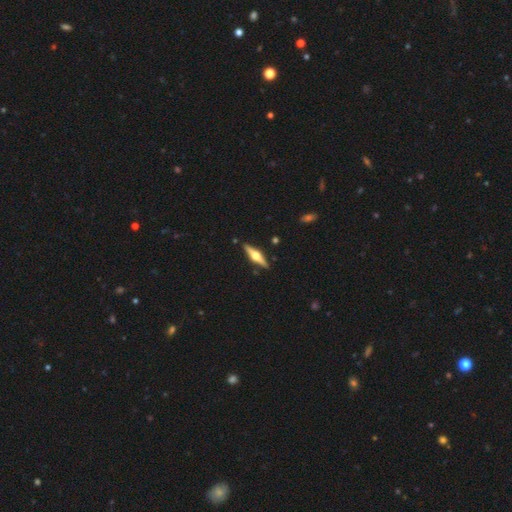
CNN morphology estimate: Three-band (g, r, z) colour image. It shows a featured or disk galaxy (73%) viewed edge-on (97%) with a rounded central bulge (96%). Merging: none (90%).